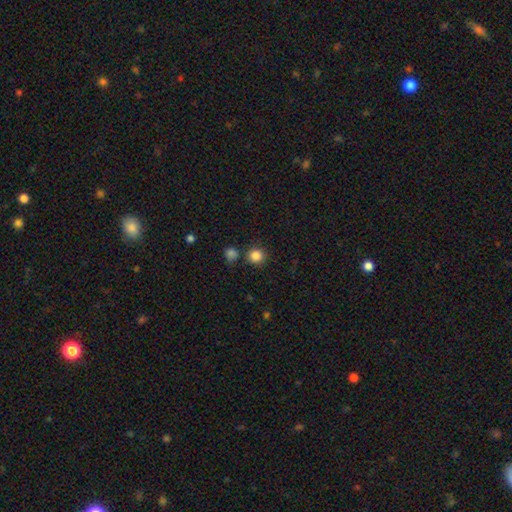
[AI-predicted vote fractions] Smooth or featured?
  - smooth: 85% *
  - star or artifact: 11%
  - featured or disk: 4%
How rounded?
  - round: 91% *
  - in between: 8%
  - cigar-shaped: 1%
Merging?
  - none: 78% *
  - merger: 10%
  - minor disturbance: 9%
  - major disturbance: 3%